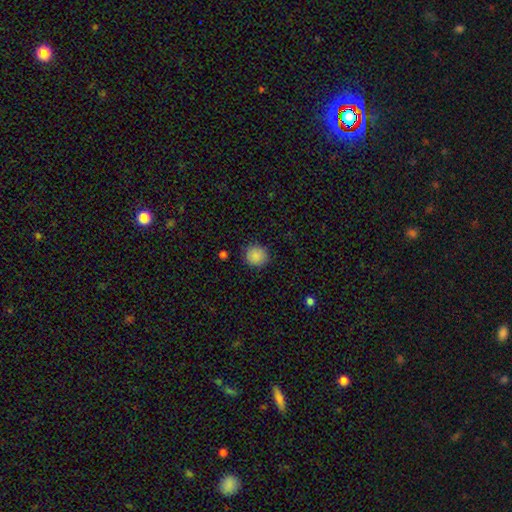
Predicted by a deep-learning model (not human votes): A smooth galaxy with no disk features (87%) that is round (90%). Merging: none (88%).